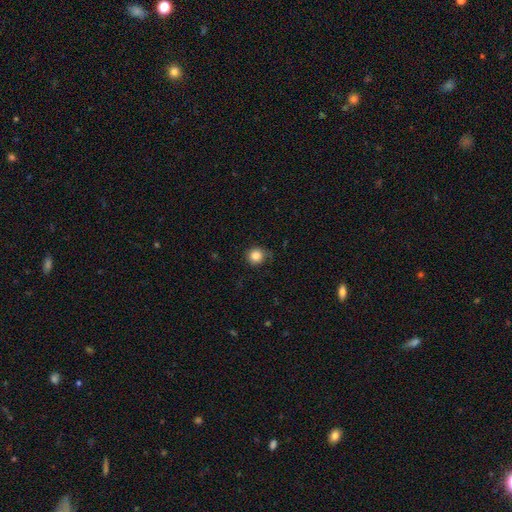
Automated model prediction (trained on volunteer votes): Smooth or featured? Predicted: smooth (p=0.84). How rounded? Predicted: round (p=0.90). Merging? Predicted: none (p=0.72).